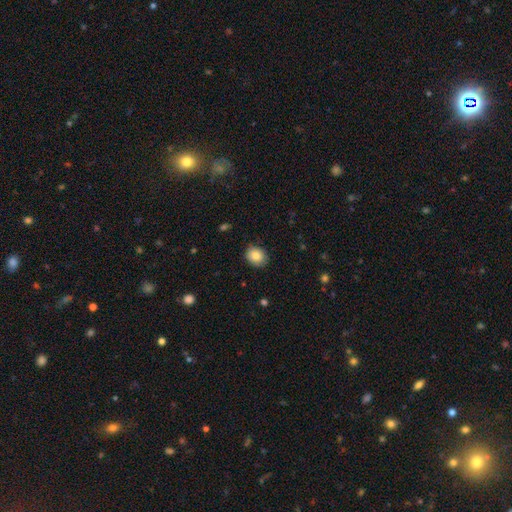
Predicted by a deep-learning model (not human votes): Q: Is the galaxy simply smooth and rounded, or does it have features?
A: smooth — 84%.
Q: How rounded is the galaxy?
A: round — 54%.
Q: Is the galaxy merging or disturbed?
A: none — 85%.